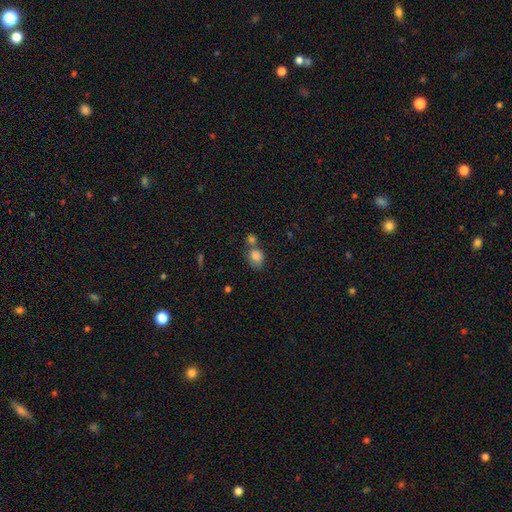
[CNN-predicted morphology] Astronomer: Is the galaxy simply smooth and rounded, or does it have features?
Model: smooth — 84%.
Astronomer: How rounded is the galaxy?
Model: round — 51% (runner-up: in between, 47%).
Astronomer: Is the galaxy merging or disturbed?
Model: none — 45% (runner-up: merger, 34%).